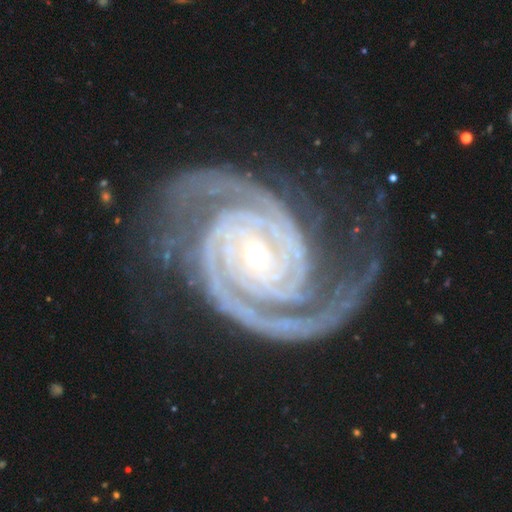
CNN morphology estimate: Overall: featured or disk (94%). Edge-on disk: no (98%). Bar: no (51%; weak 28%). Spiral arms: yes (99%). Spiral arm count: 2 (71%). Spiral winding: tight (71%). Bulge size: moderate (62%; small 31%). Merging: none (65%).